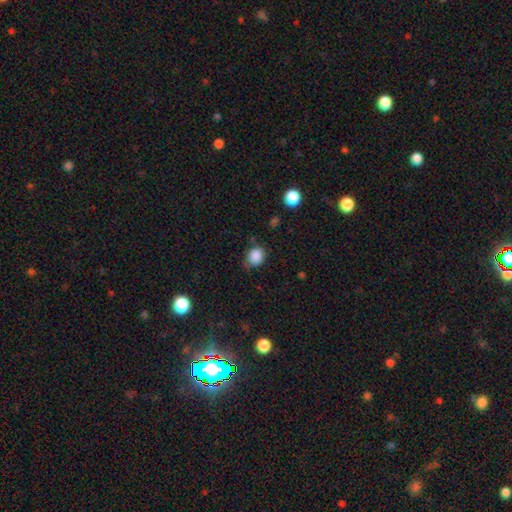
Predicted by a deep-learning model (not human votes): The model was most divided on "how rounded": round: 70%, in between: 29%, cigar-shaped: 1%. More confident: smooth or featured — smooth (86%); merging — none (66%).